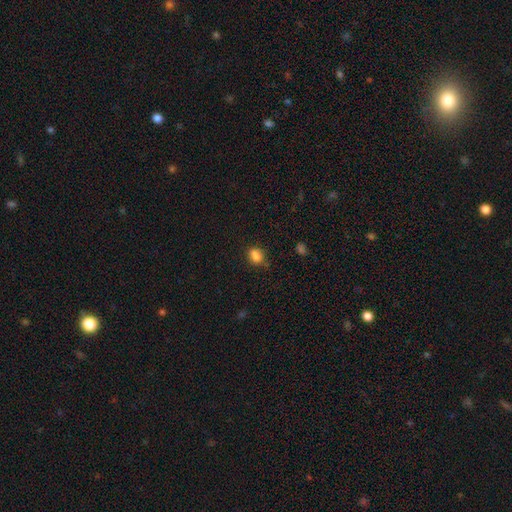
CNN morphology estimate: smooth_or_featured: smooth (p=0.81) [alt: star or artifact p=0.13]
how_rounded: in between (p=0.52) [alt: round p=0.47]
merging: none (p=0.63) [alt: minor disturbance p=0.22]